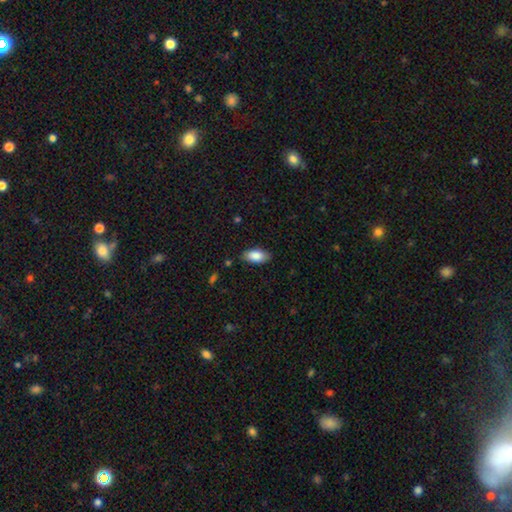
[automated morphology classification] Smooth or featured? Predicted: smooth (p=0.85). How rounded? Predicted: in between (p=0.93). Merging? Predicted: none (p=0.83).